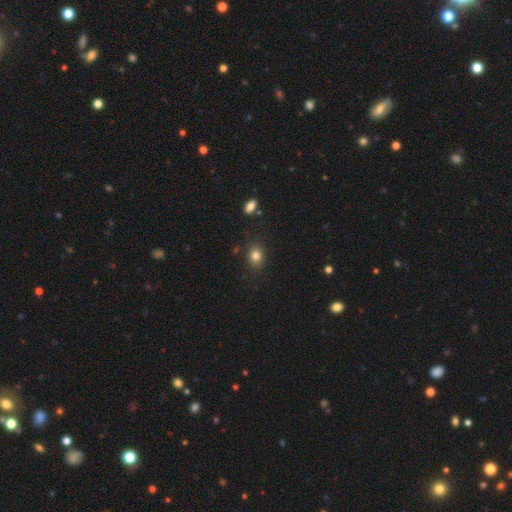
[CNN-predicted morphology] Q: Smooth or featured?
A: smooth (82%); runner-up: star or artifact (11%)
Q: How rounded?
A: in between (51%); runner-up: round (48%)
Q: Merging?
A: none (85%); runner-up: minor disturbance (10%)